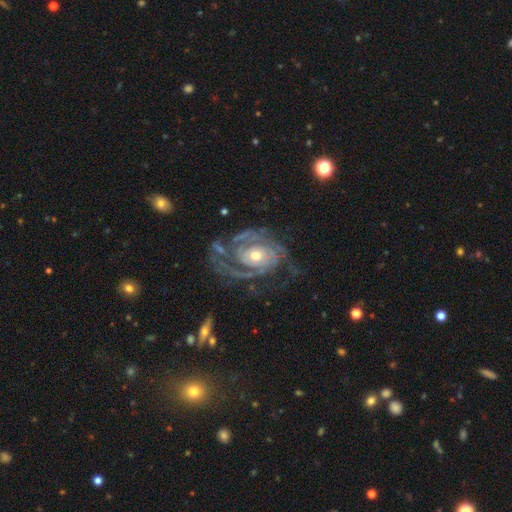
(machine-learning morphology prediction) Smooth or featured? Predicted: featured or disk (p=0.90). Edge-on disk? Predicted: no (p=0.97). Bar? Predicted: no (p=0.78). Spiral arms? Predicted: yes (p=0.95). Spiral winding? Predicted: tight (p=0.60). Spiral arm count? Predicted: 2 (p=0.33). Bulge size? Predicted: moderate (p=0.63). Merging? Predicted: none (p=0.56).